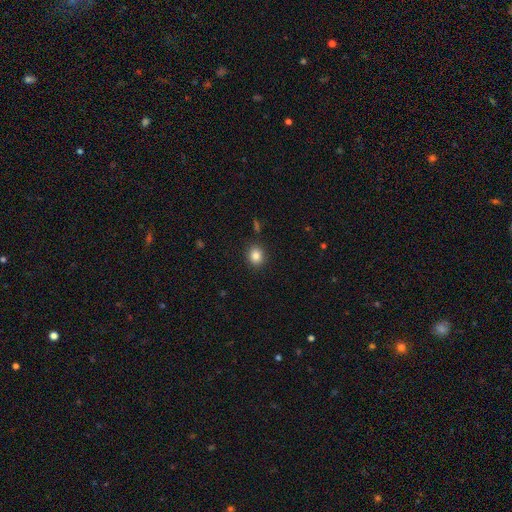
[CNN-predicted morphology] Q: Smooth or featured?
A: smooth (84%); runner-up: star or artifact (10%)
Q: How rounded?
A: round (66%); runner-up: in between (33%)
Q: Merging?
A: none (88%); runner-up: minor disturbance (8%)